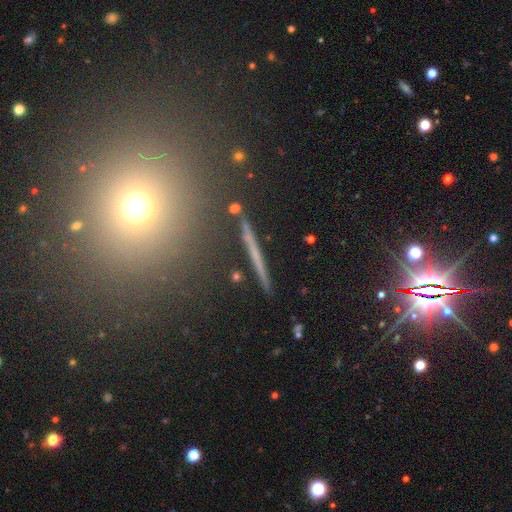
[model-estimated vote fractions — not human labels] The model was most divided on "smooth or featured": featured or disk: 45%, smooth: 32%, star or artifact: 23%. More confident: merging — none (91%).